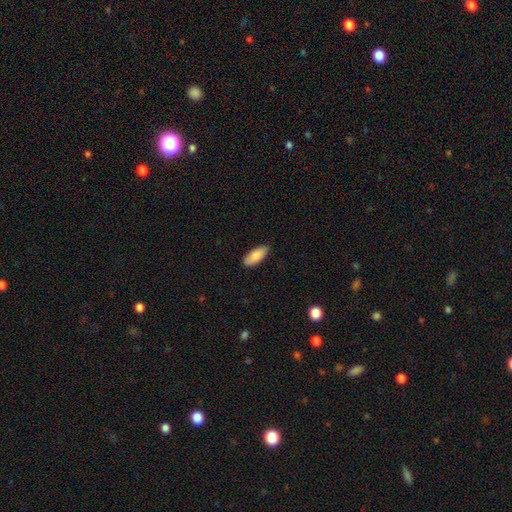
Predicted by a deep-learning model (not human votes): Smooth or featured?
  - smooth: 85% *
  - featured or disk: 9%
  - star or artifact: 6%
How rounded?
  - in between: 85% *
  - cigar-shaped: 14%
  - round: 2%
Merging?
  - none: 84% *
  - minor disturbance: 13%
  - major disturbance: 2%
  - merger: 1%